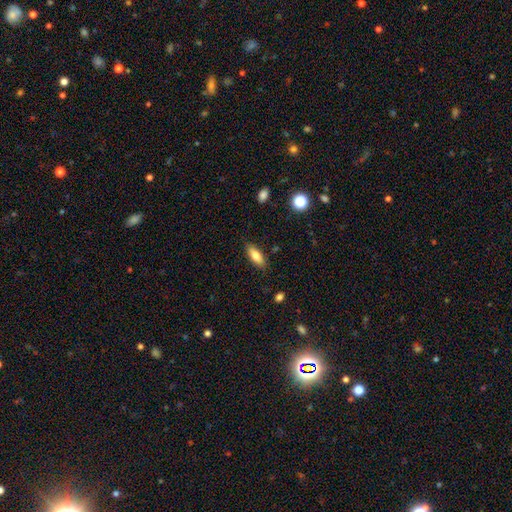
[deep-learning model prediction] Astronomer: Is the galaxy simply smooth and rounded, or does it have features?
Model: smooth — 79%.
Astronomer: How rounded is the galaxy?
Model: in between — 67%.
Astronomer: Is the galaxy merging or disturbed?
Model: none — 86%.